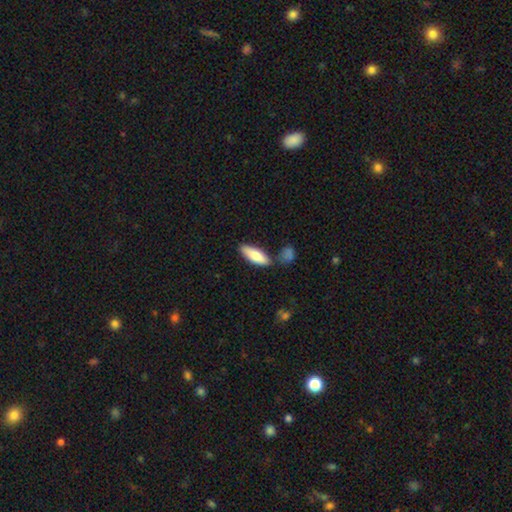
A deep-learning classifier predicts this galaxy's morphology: smooth_or_featured: smooth (p=0.78) [alt: featured or disk p=0.16]
how_rounded: in between (p=0.58) [alt: cigar-shaped p=0.40]
merging: none (p=0.69) [alt: minor disturbance p=0.16]